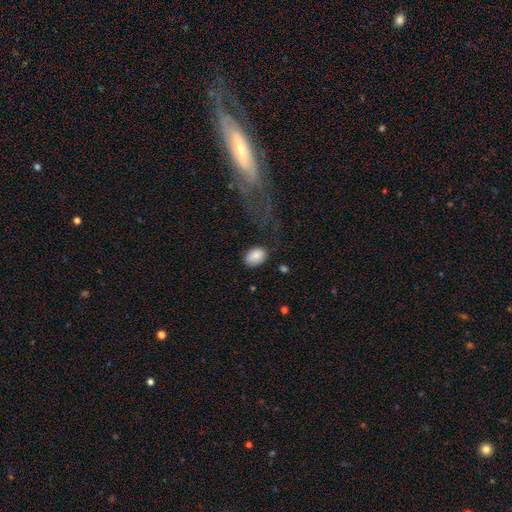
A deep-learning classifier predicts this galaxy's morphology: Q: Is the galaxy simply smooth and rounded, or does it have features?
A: smooth — 86%.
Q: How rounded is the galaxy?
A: in between — 79%.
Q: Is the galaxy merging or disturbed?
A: none — 72%.